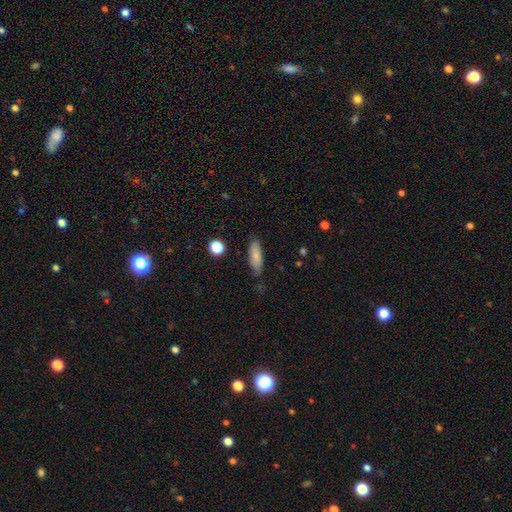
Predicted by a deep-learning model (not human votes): Morphology: type=smooth (82%); roundness=in between (57%); merging=none (75%).